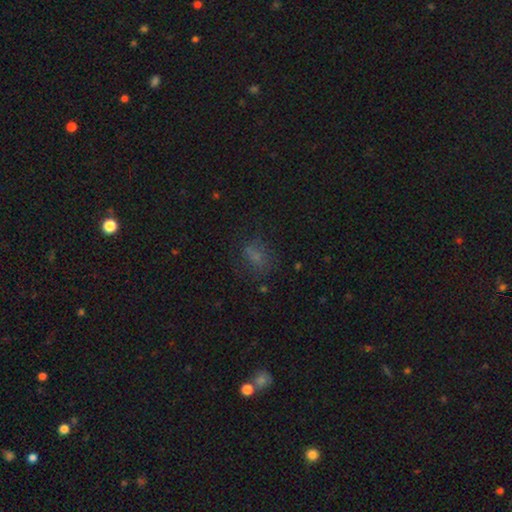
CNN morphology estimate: A smooth galaxy with no disk features (61%) that is in between round and cigar-shaped (67%). Merging: none (61%).